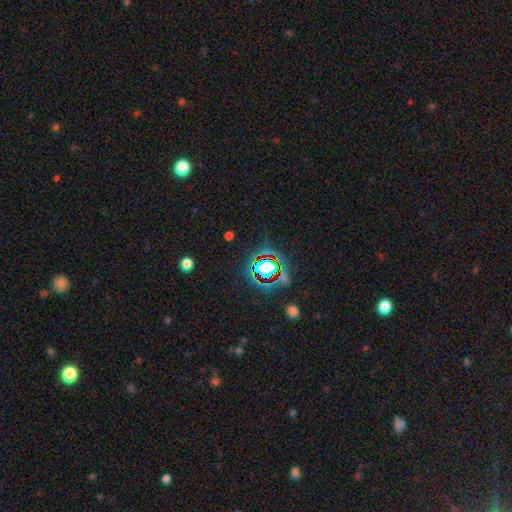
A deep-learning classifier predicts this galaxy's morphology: The model was most divided on "smooth or featured": star or artifact: 68%, smooth: 20%, featured or disk: 12%.